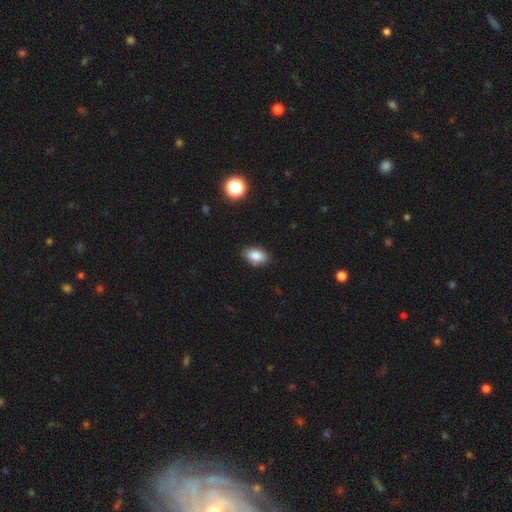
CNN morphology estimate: This is clearly a smooth galaxy (86%). How rounded: clearly in between (90%). Merging: clearly none (87%).